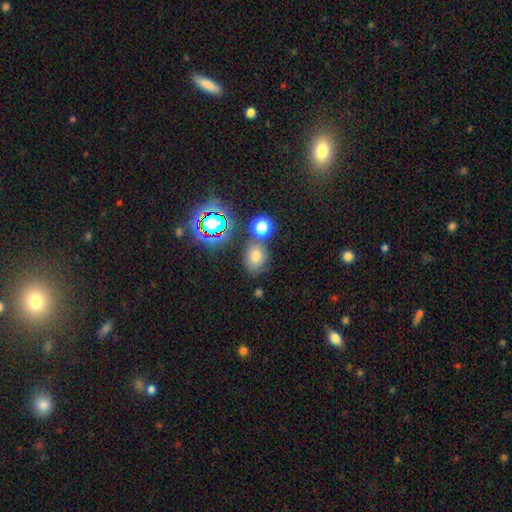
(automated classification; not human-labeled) The model was most divided on "how rounded": in between: 58%, round: 41%, cigar-shaped: 1%. More confident: merging — none (69%); smooth or featured — smooth (67%).